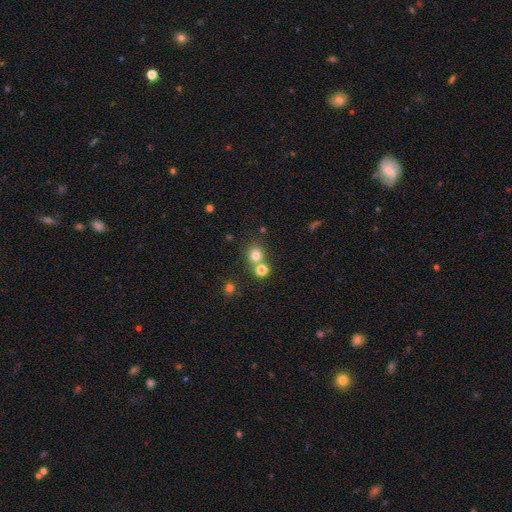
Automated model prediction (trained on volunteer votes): smooth_or_featured: smooth (p=0.76) [alt: star or artifact p=0.16]
how_rounded: round (p=0.83) [alt: in between p=0.16]
merging: none (p=0.61) [alt: merger p=0.28]